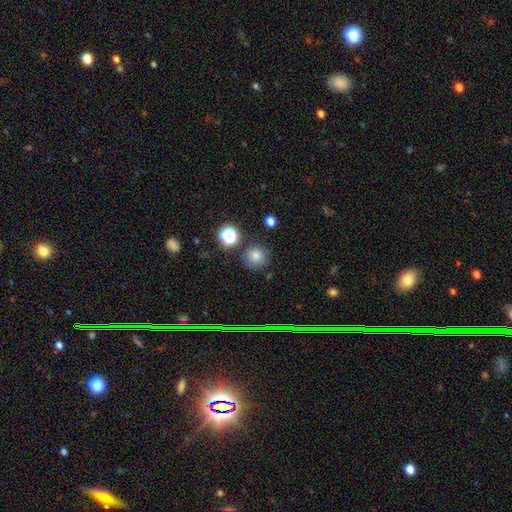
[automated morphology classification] Overall: smooth (69%). How rounded: round (92%). Merging: none (82%).